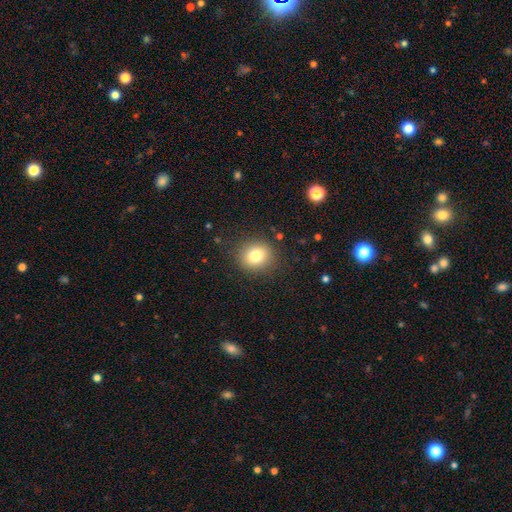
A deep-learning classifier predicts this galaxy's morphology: The model was most divided on "smooth or featured": smooth: 79%, star or artifact: 12%, featured or disk: 9%. More confident: merging — none (88%); how rounded — round (84%).